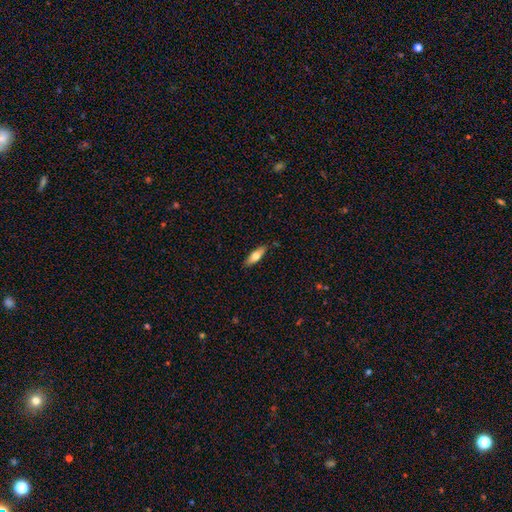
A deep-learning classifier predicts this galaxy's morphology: A smooth galaxy with no disk features (63%) that is in between round and cigar-shaped (51%). Merging: none (84%).